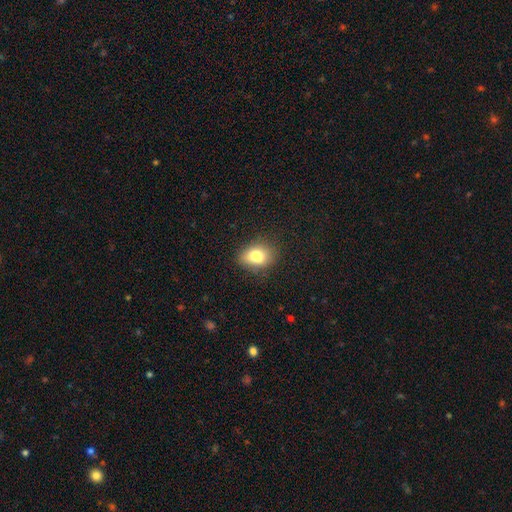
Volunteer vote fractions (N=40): Smooth or featured?
  - smooth: 88% *
  - featured or disk: 12%
  - star or artifact: 0%
How rounded?
  - in between: 83% *
  - round: 14%
  - cigar-shaped: 3%
Merging?
  - none: 60% *
  - minor disturbance: 30%
  - merger: 10%
  - major disturbance: 0%